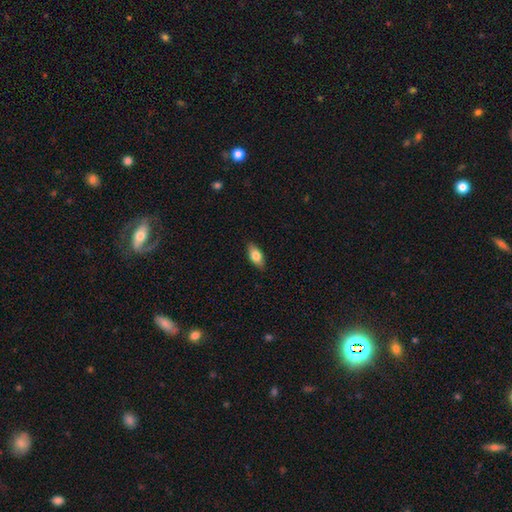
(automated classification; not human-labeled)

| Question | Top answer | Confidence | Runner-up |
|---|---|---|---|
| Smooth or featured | smooth | 76% | featured or disk (17%) |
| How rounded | in between | 86% | cigar-shaped (10%) |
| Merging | none | 87% | minor disturbance (10%) |